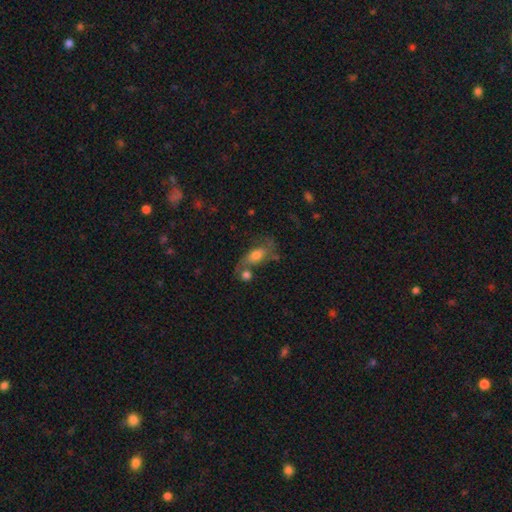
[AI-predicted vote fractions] Smooth or featured: smooth — 47% (featured or disk — 43%)
Merging: none — 36% (merger — 30%)